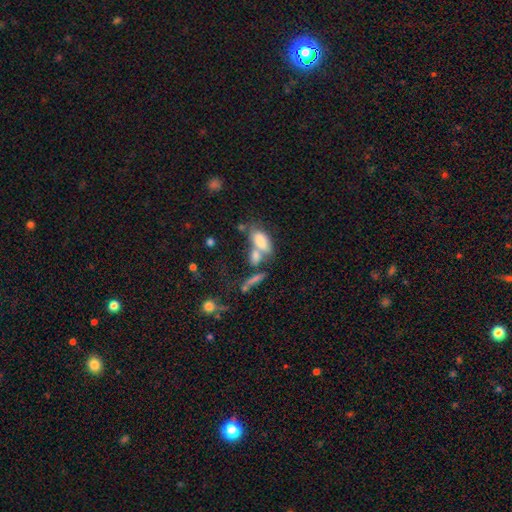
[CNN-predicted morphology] type=smooth (76%); roundness=in between (83%); merging=merger (49%).